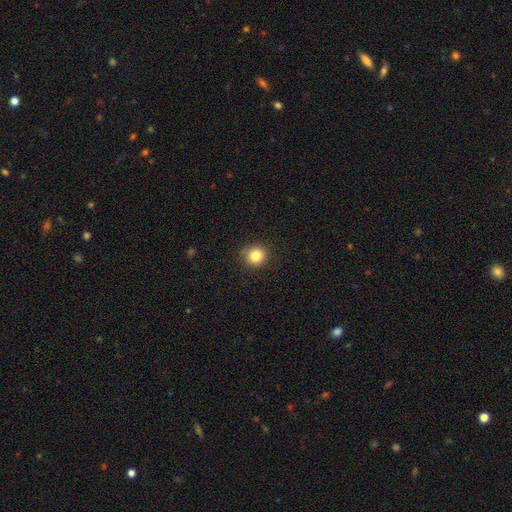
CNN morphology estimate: smooth-or-featured: smooth: 84% | star or artifact: 11% | featured or disk: 6%
  how-rounded: round: 91% | in between: 8% | cigar-shaped: 1%
  merging: none: 88% | minor disturbance: 9% | major disturbance: 2% | merger: 1%